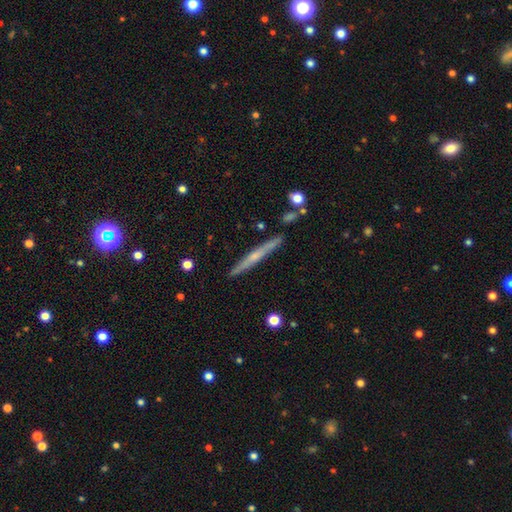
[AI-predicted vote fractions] A featured or disk galaxy (66%) viewed edge-on (97%) with a rounded central bulge (56%).

Vote fractions:
- Smooth or featured? featured or disk: 66% / smooth: 28% / star or artifact: 6%
- Edge-on disk? yes: 97% / no: 3%
- Edge-on bulge? rounded: 56% / none: 38% / boxy: 6%
- Merging? none: 89% / minor disturbance: 8% / merger: 2% / major disturbance: 2%